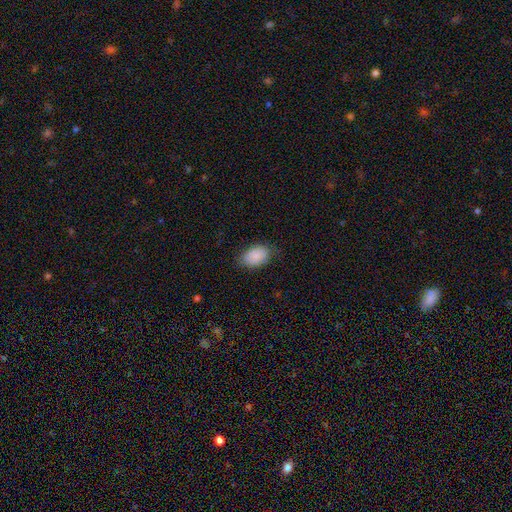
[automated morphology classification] Q: Smooth or featured?
A: smooth (89%); runner-up: star or artifact (7%)
Q: How rounded?
A: in between (88%); runner-up: round (11%)
Q: Merging?
A: none (75%); runner-up: minor disturbance (20%)